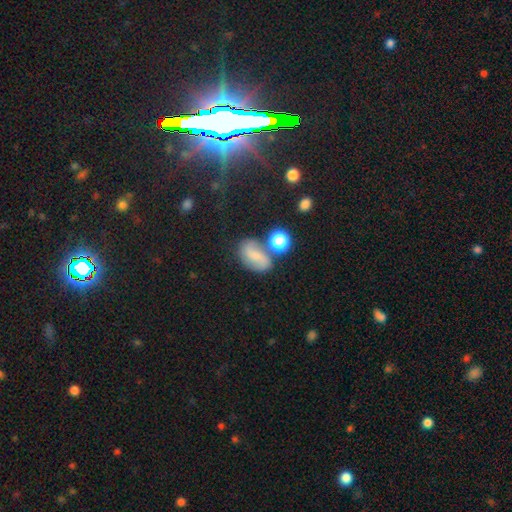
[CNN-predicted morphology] smooth-or-featured: featured or disk: 43% | smooth: 42% | star or artifact: 15%
  merging: none: 56% | minor disturbance: 19% | merger: 17% | major disturbance: 8%